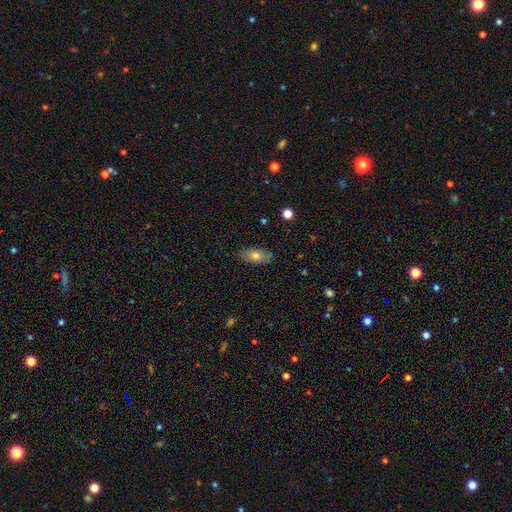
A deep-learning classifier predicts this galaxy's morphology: smooth_or_featured: smooth (p=0.73) [alt: featured or disk p=0.20]
how_rounded: in between (p=0.87) [alt: cigar-shaped p=0.08]
merging: none (p=0.84) [alt: minor disturbance p=0.13]